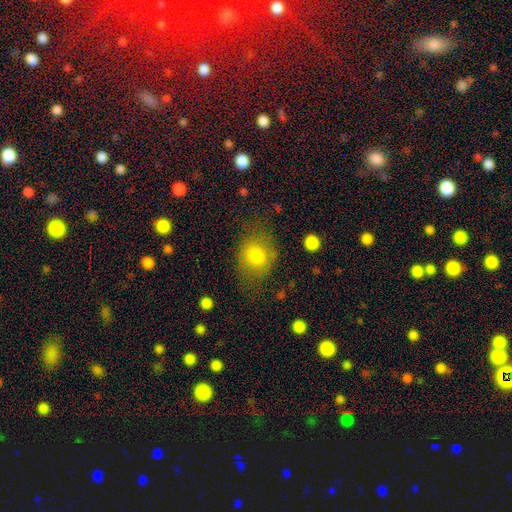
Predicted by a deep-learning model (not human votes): Smooth or featured: smooth — 76% (featured or disk — 14%)
How rounded: in between — 52% (round — 46%)
Merging: none — 64% (minor disturbance — 21%)